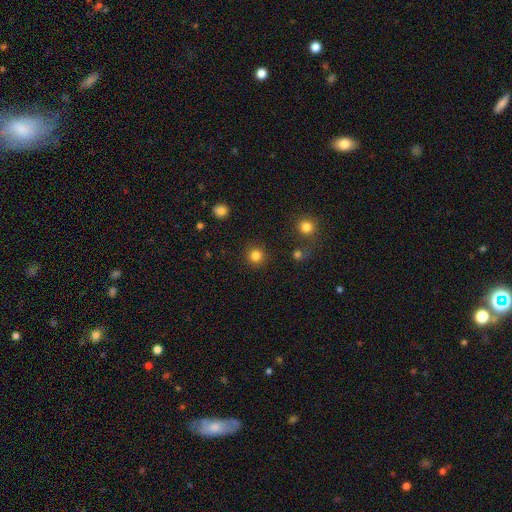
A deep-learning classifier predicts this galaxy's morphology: Overall: smooth (83%). How rounded: round (95%). Merging: none (89%).